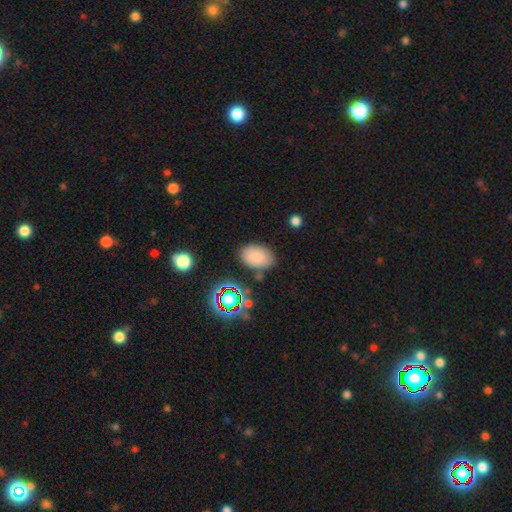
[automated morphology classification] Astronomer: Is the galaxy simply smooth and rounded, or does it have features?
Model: smooth — 81%.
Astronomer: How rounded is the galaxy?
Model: in between — 90%.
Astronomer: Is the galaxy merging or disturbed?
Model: none — 81%.